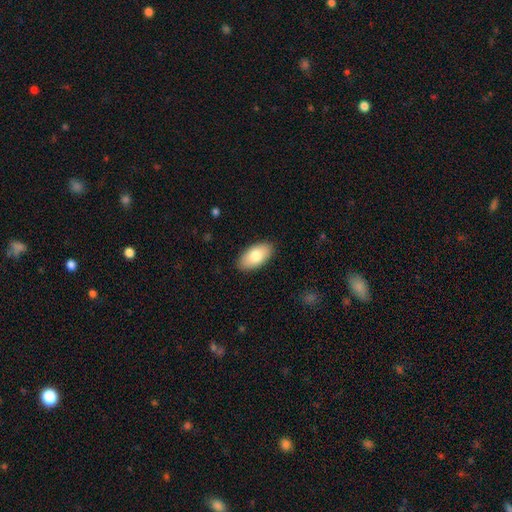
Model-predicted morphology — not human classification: Smooth or featured?
  - smooth: 79% *
  - featured or disk: 15%
  - star or artifact: 6%
How rounded?
  - in between: 95% *
  - round: 3%
  - cigar-shaped: 3%
Merging?
  - none: 88% *
  - minor disturbance: 9%
  - major disturbance: 2%
  - merger: 1%